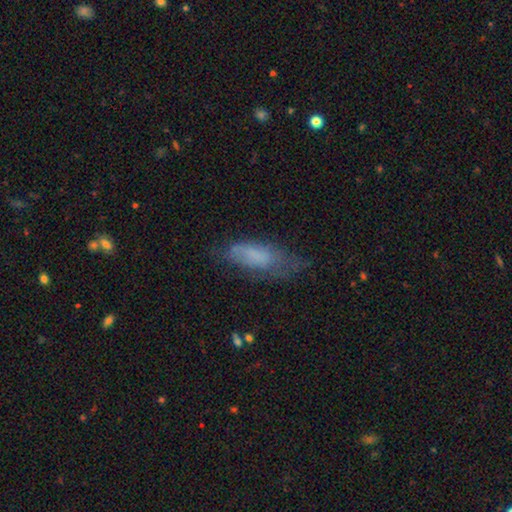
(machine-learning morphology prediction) smooth-or-featured: smooth: 66% | featured or disk: 24% | star or artifact: 9%
  how-rounded: in between: 67% | cigar-shaped: 31% | round: 2%
  merging: none: 46% | minor disturbance: 33% | major disturbance: 19% | merger: 2%